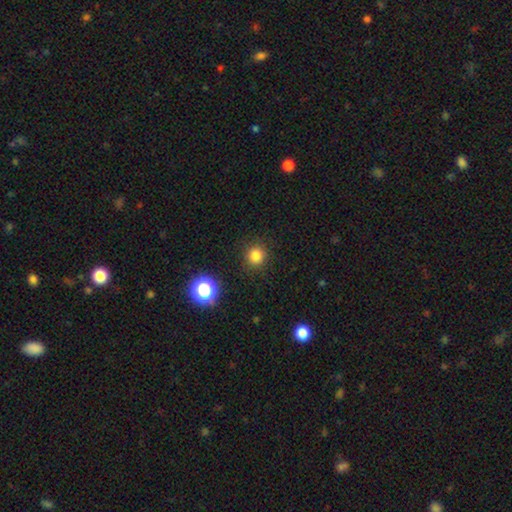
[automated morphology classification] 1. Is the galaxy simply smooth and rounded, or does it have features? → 81% smooth, 14% star or artifact, 4% featured or disk.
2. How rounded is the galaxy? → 92% round, 7% in between, 1% cigar-shaped.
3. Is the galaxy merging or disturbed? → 90% none, 6% minor disturbance, 3% major disturbance, 1% merger.